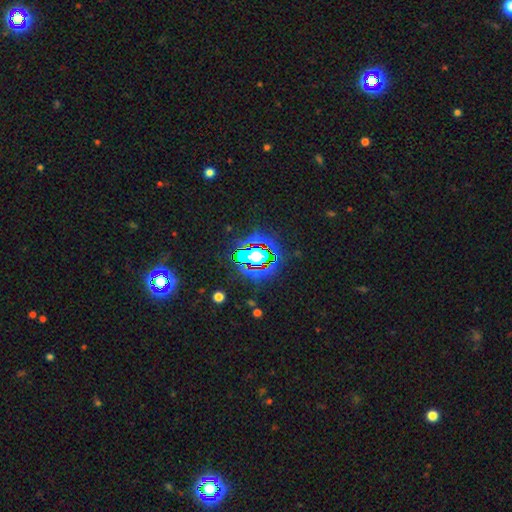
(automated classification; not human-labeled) This is likely a star or artifact rather than a galaxy (67%).